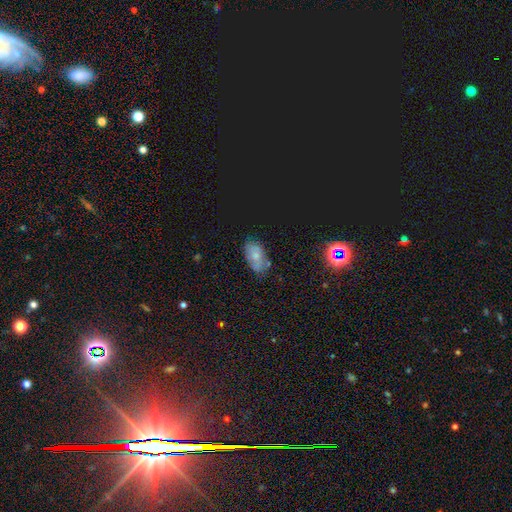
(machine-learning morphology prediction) Smooth or featured?
  - smooth: 51% *
  - featured or disk: 28%
  - star or artifact: 21%
How rounded?
  - in between: 90% *
  - round: 7%
  - cigar-shaped: 3%
Merging?
  - none: 68% *
  - minor disturbance: 22%
  - major disturbance: 6%
  - merger: 3%